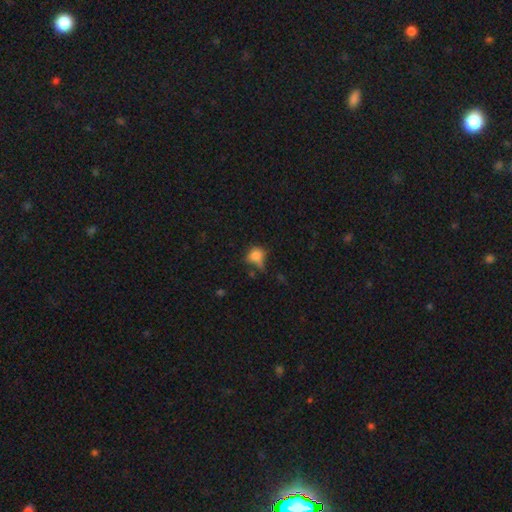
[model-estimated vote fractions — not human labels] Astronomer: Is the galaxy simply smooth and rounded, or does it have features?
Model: smooth — 74%.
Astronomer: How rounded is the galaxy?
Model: round — 58% (runner-up: in between, 40%).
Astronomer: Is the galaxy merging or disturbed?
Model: none — 40% (runner-up: minor disturbance, 31%).